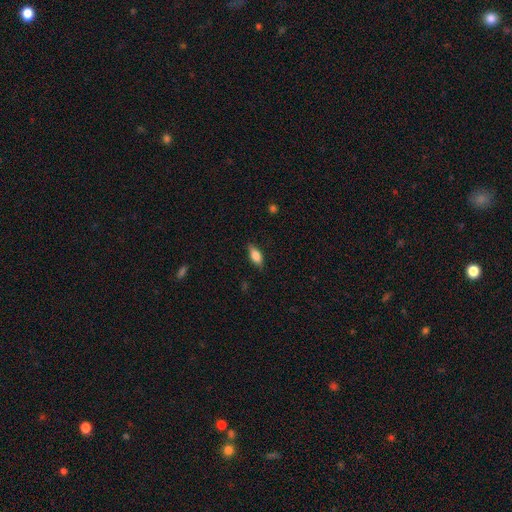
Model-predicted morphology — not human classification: type=smooth (80%); roundness=in between (81%); merging=none (82%).